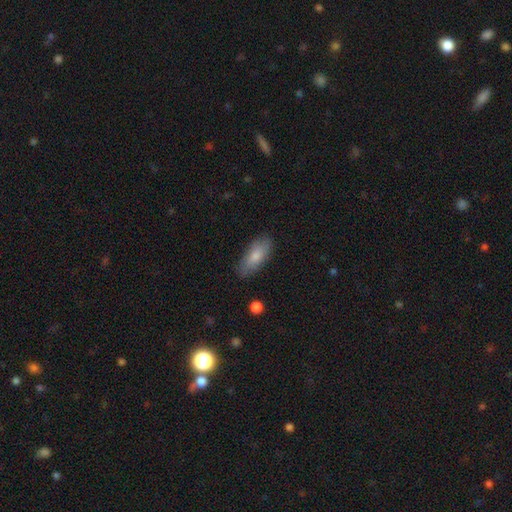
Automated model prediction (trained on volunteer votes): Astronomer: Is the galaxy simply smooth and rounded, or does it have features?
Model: smooth — 79%.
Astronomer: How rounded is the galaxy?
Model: in between — 80%.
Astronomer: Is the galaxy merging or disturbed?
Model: none — 81%.